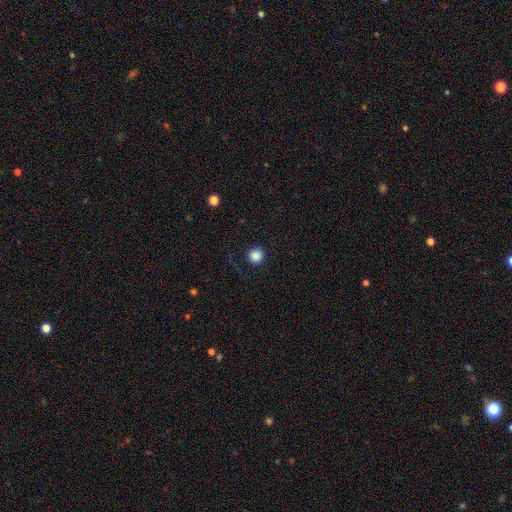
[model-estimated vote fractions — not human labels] This appears to be a smooth galaxy with no disk features (86%) that is round (95%). Merging: none (89%).